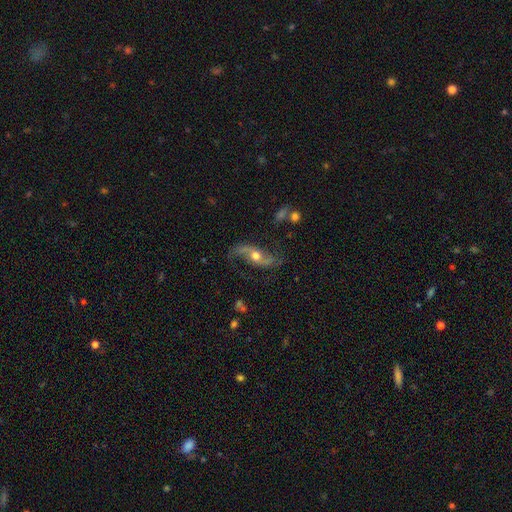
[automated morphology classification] type=featured or disk (81%); edge-on=no (89%); bar=no (57%); spiral arms=yes (93%); winding=loose (81%); arm count=2 (92%); bulge=moderate (72%); merging=none (69%).